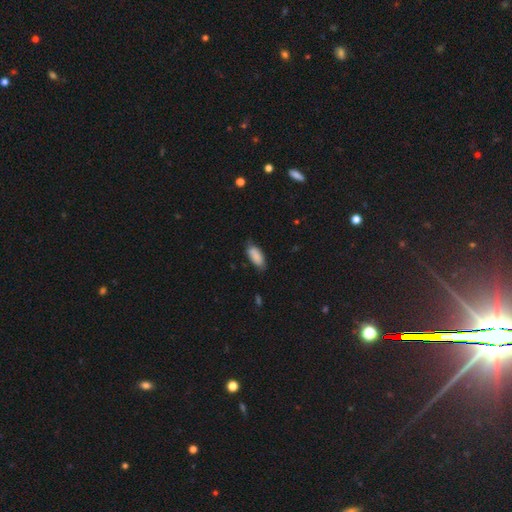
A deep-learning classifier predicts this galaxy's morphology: This appears to be a smooth galaxy with no disk features (87%) that is in between round and cigar-shaped (87%). Merging: none (70%).